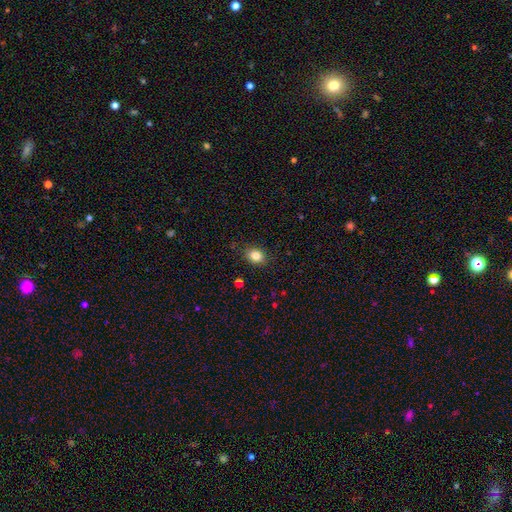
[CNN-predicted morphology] The model was most divided on "how rounded": in between: 59%, round: 40%, cigar-shaped: 1%. More confident: merging — none (86%); smooth or featured — smooth (83%).